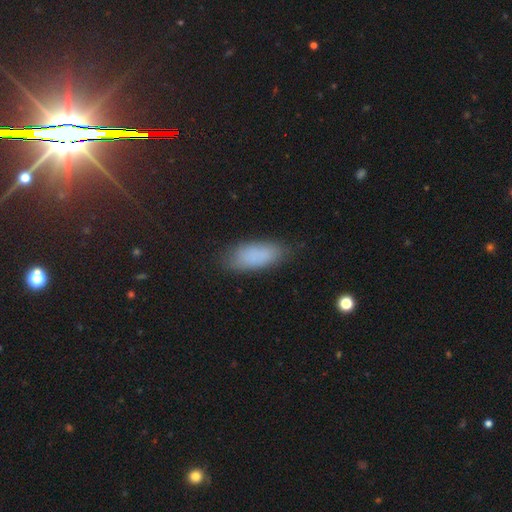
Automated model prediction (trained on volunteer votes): A smooth galaxy with no disk features (83%) that is in between round and cigar-shaped (83%).

Vote fractions:
- Smooth or featured? smooth: 83% / star or artifact: 9% / featured or disk: 8%
- How rounded? in between: 83% / cigar-shaped: 14% / round: 2%
- Merging? none: 78% / minor disturbance: 16% / major disturbance: 4% / merger: 1%